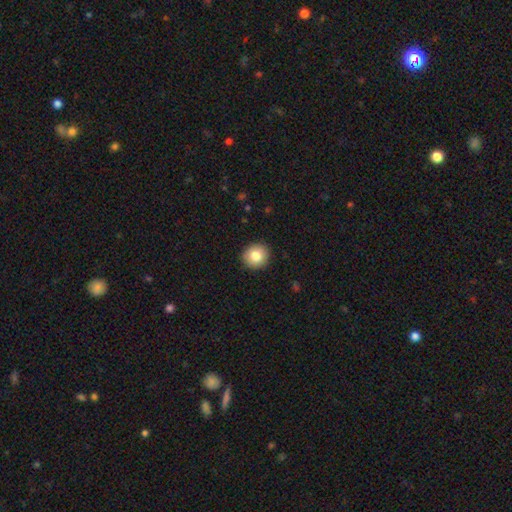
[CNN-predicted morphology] type=smooth (83%); roundness=round (88%); merging=none (91%).